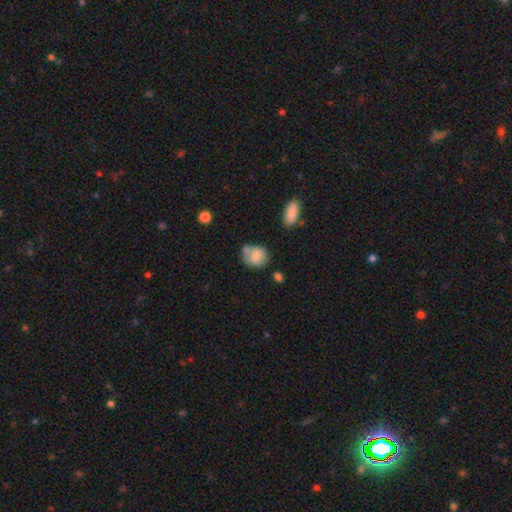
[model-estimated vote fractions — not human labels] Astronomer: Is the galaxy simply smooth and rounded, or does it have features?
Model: smooth — 77%.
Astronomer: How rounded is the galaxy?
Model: round — 51% (runner-up: in between, 48%).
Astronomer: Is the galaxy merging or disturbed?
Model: none — 53%.